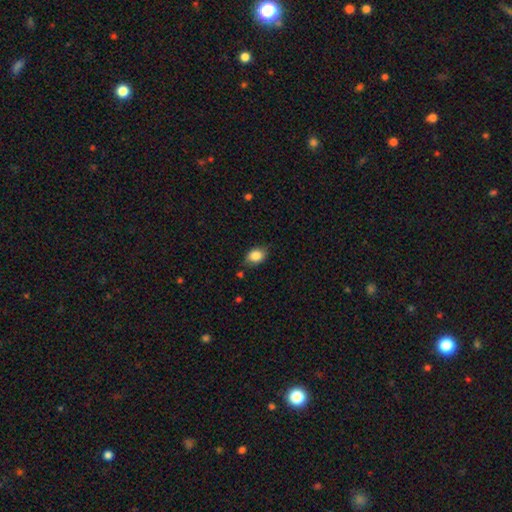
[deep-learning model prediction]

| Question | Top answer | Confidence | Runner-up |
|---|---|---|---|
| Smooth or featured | smooth | 86% | star or artifact (8%) |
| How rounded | in between | 74% | round (24%) |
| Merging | none | 75% | minor disturbance (19%) |